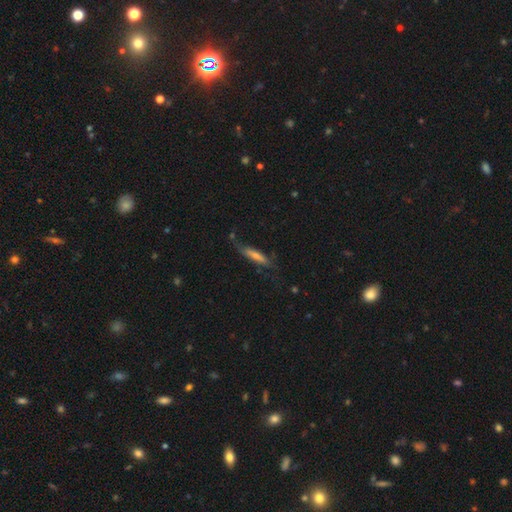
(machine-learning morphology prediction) type=smooth (49%); merging=none (62%).